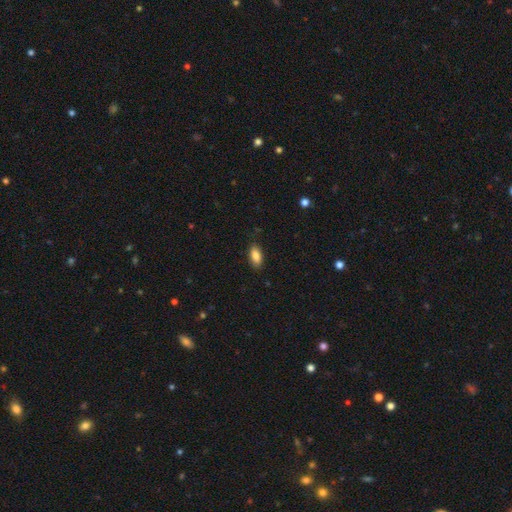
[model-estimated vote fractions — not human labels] Overall: smooth (87%). How rounded: in between (90%). Merging: none (83%).